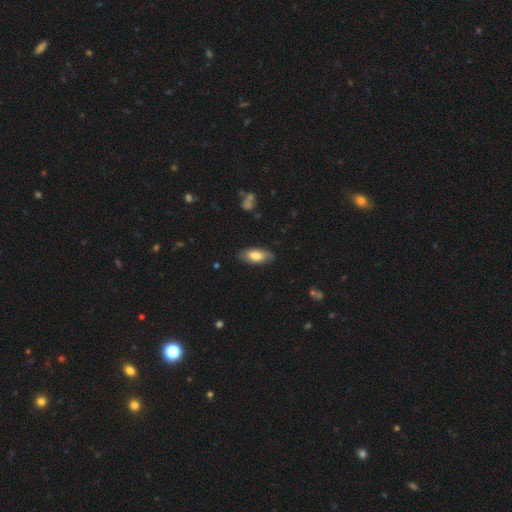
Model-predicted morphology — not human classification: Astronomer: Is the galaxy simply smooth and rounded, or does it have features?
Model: smooth — 74%.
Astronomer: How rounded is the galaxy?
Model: in between — 85%.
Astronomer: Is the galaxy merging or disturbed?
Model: none — 81%.